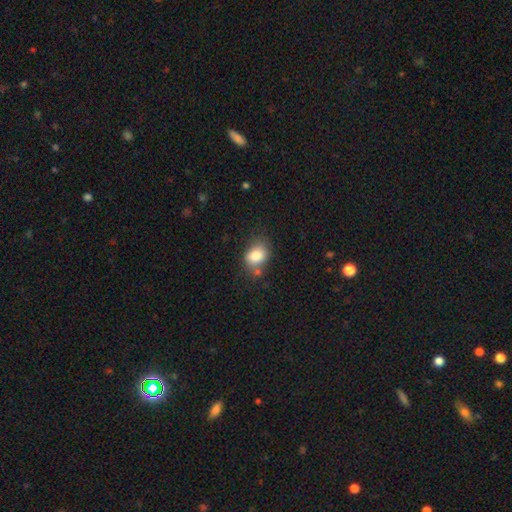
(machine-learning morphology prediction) Smooth or featured? smooth (83%)
How rounded? in between (65%)
Merging? none (59%)